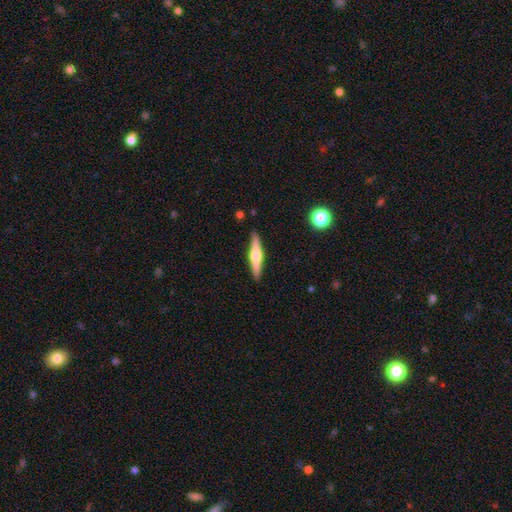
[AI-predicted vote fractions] This is likely a featured or disk galaxy (63%). It is clearly viewed edge-on (97%). Edge-on bulge: clearly rounded (91%). Merging: clearly none (90%).